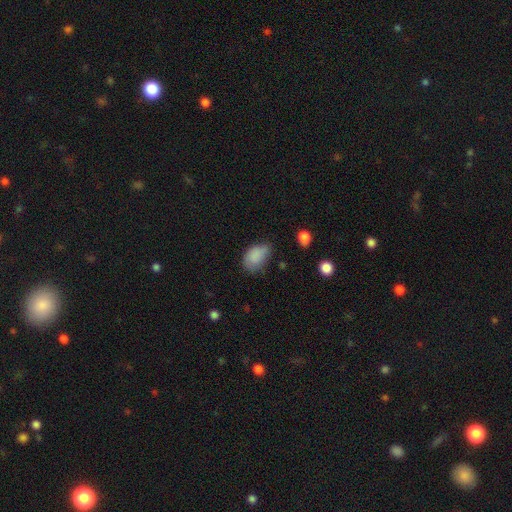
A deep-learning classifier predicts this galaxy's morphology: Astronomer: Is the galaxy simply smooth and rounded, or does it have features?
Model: smooth — 85%.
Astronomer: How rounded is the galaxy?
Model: in between — 88%.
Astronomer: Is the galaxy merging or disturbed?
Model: none — 53% (runner-up: minor disturbance, 35%).